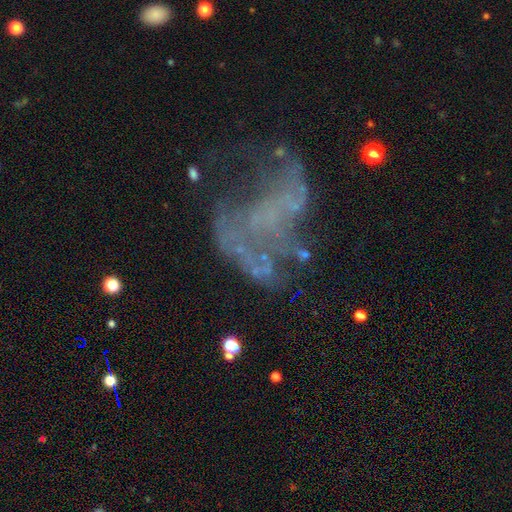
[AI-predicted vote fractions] This appears to be a featured or disk galaxy (66%) with no bar (82%), no spiral arms (67%) and no central bulge (84%). Merging: major disturbance (43%).